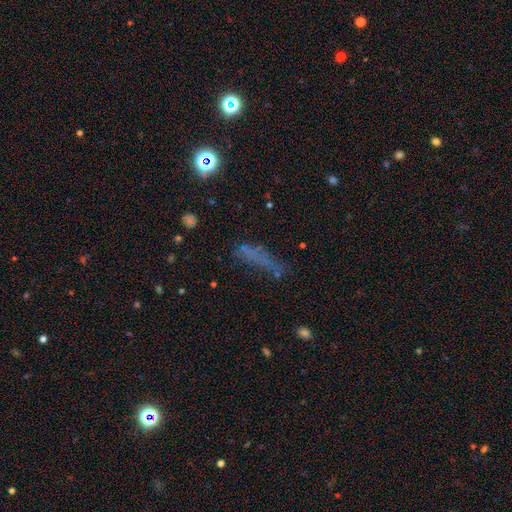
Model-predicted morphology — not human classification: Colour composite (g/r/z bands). It shows a smooth galaxy with no disk features (50%) that is cigar-shaped (63%). Merging: none (51%).